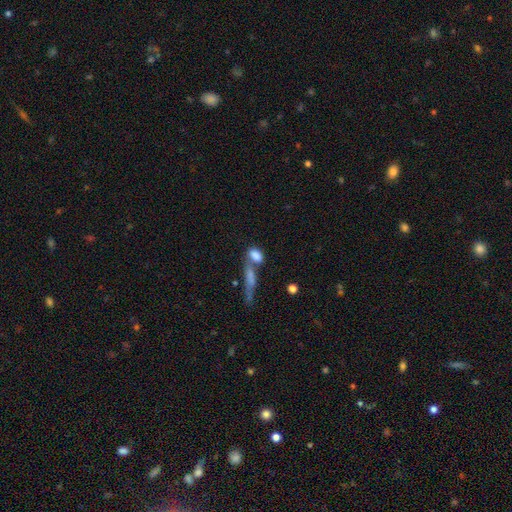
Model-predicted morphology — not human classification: A smooth galaxy with no disk features (76%) that is in between round and cigar-shaped (72%).

Vote fractions:
- Smooth or featured? smooth: 76% / featured or disk: 14% / star or artifact: 9%
- How rounded? in between: 72% / cigar-shaped: 17% / round: 11%
- Merging? merger: 50% / none: 30% / minor disturbance: 11% / major disturbance: 8%